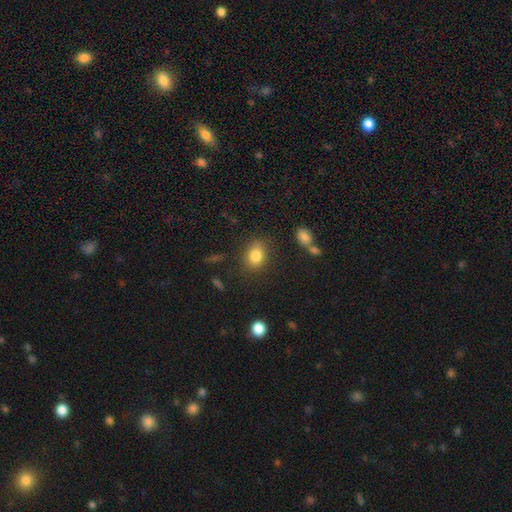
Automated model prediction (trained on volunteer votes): Q: Smooth or featured?
A: smooth (82%); runner-up: star or artifact (10%)
Q: How rounded?
A: in between (60%); runner-up: round (38%)
Q: Merging?
A: none (80%); runner-up: minor disturbance (13%)